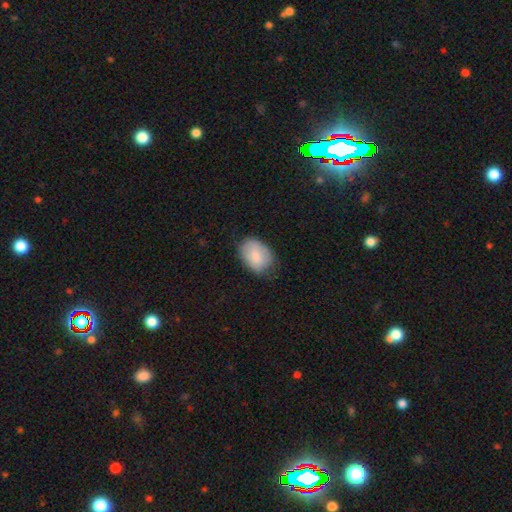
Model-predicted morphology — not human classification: Smooth or featured? smooth (82%)
How rounded? in between (82%)
Merging? none (68%)